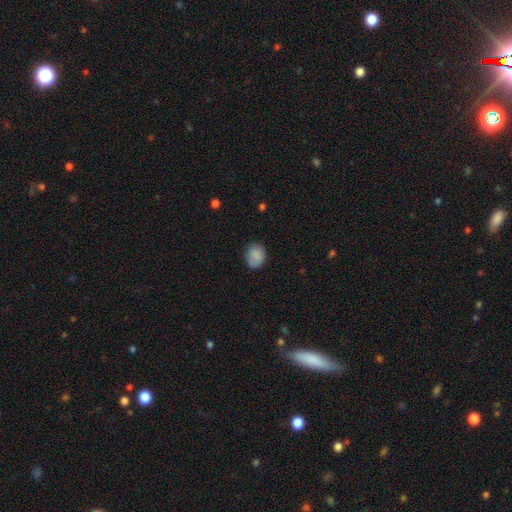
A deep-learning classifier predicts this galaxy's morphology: Smooth or featured: smooth — 85% (star or artifact — 8%)
How rounded: round — 50% (in between — 49%)
Merging: none — 75% (minor disturbance — 20%)